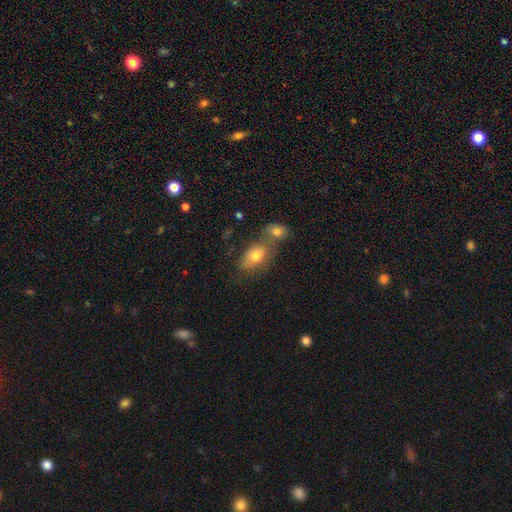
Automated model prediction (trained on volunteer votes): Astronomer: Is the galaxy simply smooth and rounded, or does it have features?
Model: smooth — 73%.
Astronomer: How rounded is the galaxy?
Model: in between — 85%.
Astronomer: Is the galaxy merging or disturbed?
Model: none — 42% (runner-up: merger, 40%).